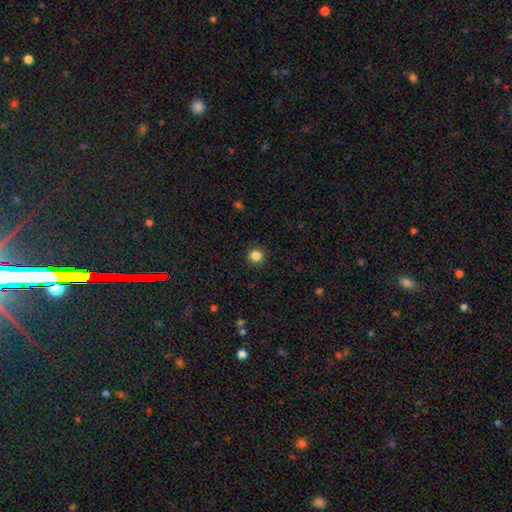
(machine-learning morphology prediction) smooth-or-featured: smooth: 85% | star or artifact: 11% | featured or disk: 4%
  how-rounded: round: 95% | in between: 5% | cigar-shaped: 1%
  merging: none: 92% | minor disturbance: 5% | major disturbance: 2% | merger: 1%